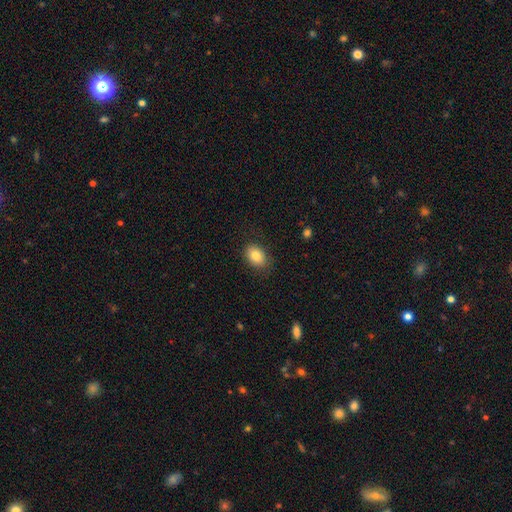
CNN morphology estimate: smooth_or_featured: smooth (p=0.83) [alt: featured or disk p=0.09]
how_rounded: in between (p=0.76) [alt: round p=0.23]
merging: none (p=0.84) [alt: minor disturbance p=0.12]